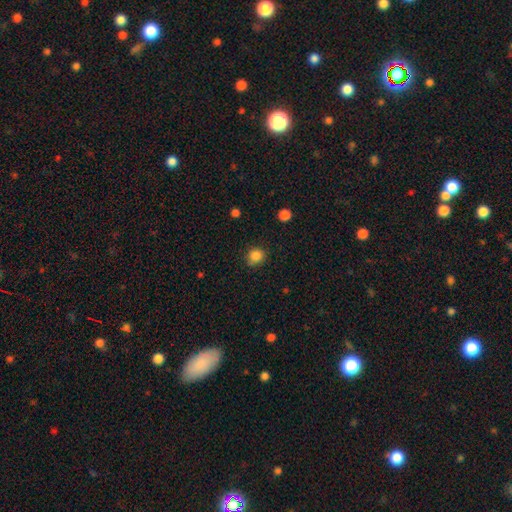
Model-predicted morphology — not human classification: Smooth or featured? Predicted: smooth (p=0.85). How rounded? Predicted: round (p=0.75). Merging? Predicted: none (p=0.81).